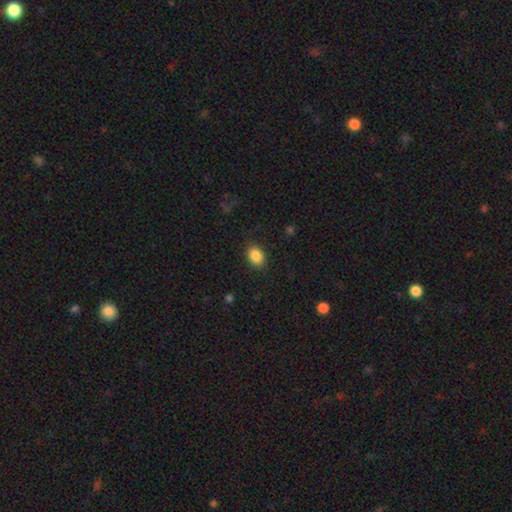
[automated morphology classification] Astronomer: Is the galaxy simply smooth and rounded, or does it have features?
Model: smooth — 87%.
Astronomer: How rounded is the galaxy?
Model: in between — 75%.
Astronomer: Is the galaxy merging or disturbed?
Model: none — 86%.